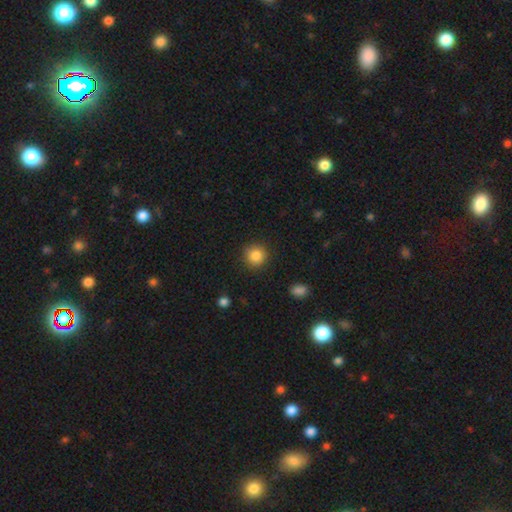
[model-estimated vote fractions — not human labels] Smooth or featured? Predicted: smooth (p=0.85). How rounded? Predicted: round (p=0.92). Merging? Predicted: none (p=0.89).